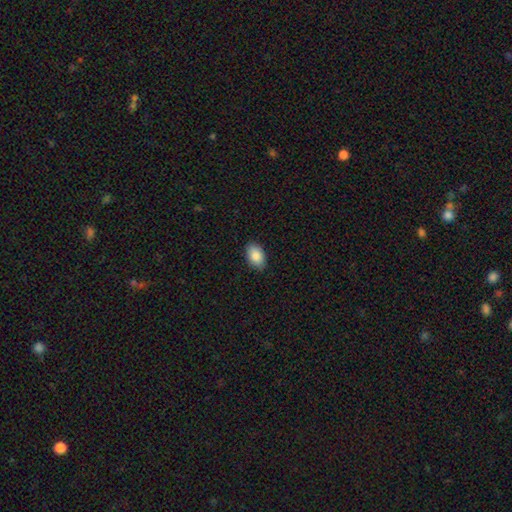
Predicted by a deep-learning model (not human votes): smooth_or_featured: smooth (p=0.86) [alt: featured or disk p=0.07]
how_rounded: in between (p=0.90) [alt: round p=0.09]
merging: none (p=0.88) [alt: minor disturbance p=0.10]